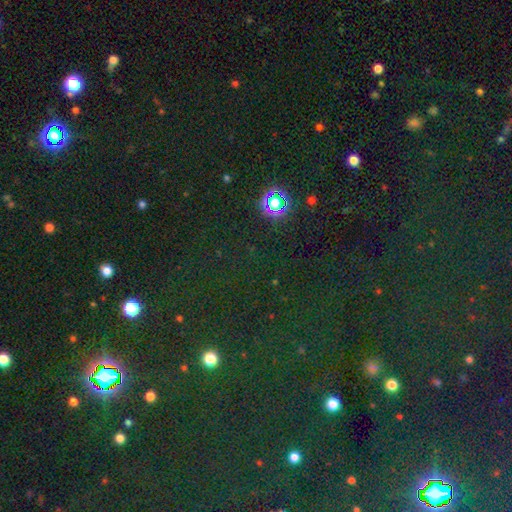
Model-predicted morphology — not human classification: smooth_or_featured: star or artifact (p=0.80) [alt: smooth p=0.13]